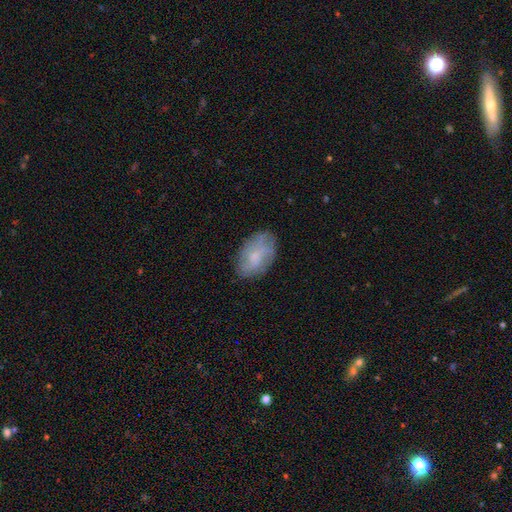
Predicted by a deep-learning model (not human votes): Smooth or featured? Predicted: smooth (p=0.55). How rounded? Predicted: in between (p=0.90). Merging? Predicted: none (p=0.72).